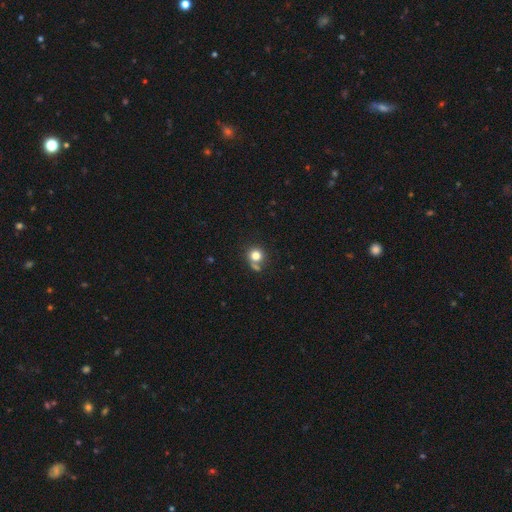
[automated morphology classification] A smooth galaxy with no disk features (79%) that is round (88%). Merging: none (61%).